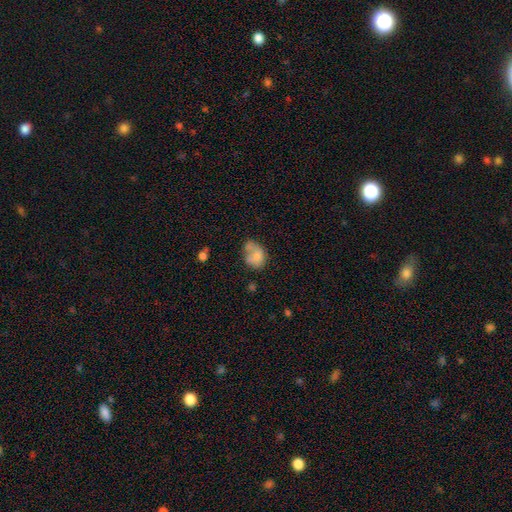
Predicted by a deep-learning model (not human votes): smooth_or_featured: smooth (p=0.69) [alt: featured or disk p=0.21]
how_rounded: in between (p=0.65) [alt: round p=0.34]
merging: none (p=0.31) [alt: merger p=0.30]